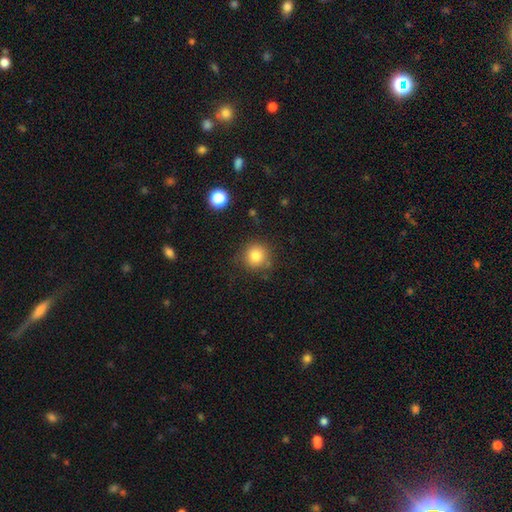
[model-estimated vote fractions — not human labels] smooth_or_featured: smooth (p=0.83) [alt: star or artifact p=0.11]
how_rounded: round (p=0.92) [alt: in between p=0.07]
merging: none (p=0.83) [alt: minor disturbance p=0.11]